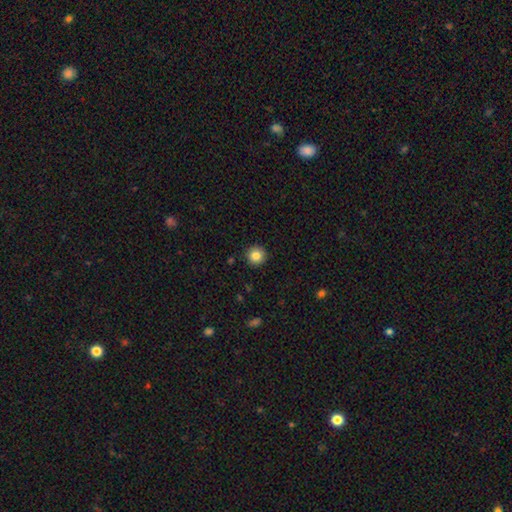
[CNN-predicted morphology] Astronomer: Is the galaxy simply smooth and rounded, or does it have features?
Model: smooth — 84%.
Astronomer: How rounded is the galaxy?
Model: round — 95%.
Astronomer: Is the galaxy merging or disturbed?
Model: none — 92%.